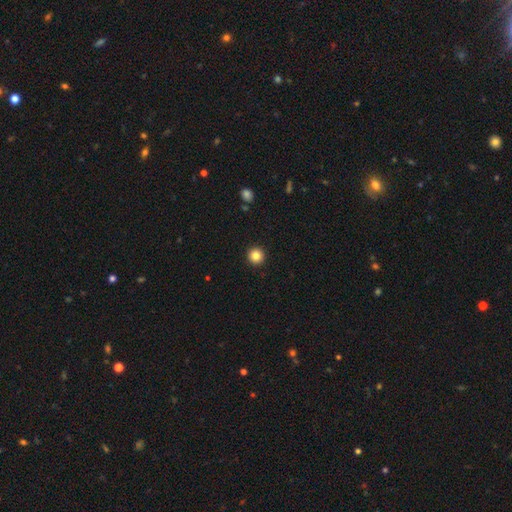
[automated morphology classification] Smooth or featured?
  - smooth: 84% *
  - star or artifact: 11%
  - featured or disk: 5%
How rounded?
  - round: 96% *
  - in between: 3%
  - cigar-shaped: 1%
Merging?
  - none: 94% *
  - minor disturbance: 4%
  - major disturbance: 1%
  - merger: 1%